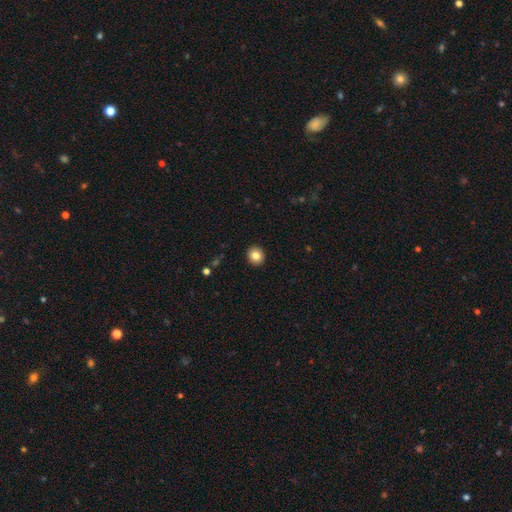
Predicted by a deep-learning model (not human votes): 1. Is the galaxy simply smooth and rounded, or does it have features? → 83% smooth, 10% star or artifact, 7% featured or disk.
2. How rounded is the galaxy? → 87% round, 12% in between, 1% cigar-shaped.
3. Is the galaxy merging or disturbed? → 93% none, 5% minor disturbance, 1% major disturbance, 1% merger.